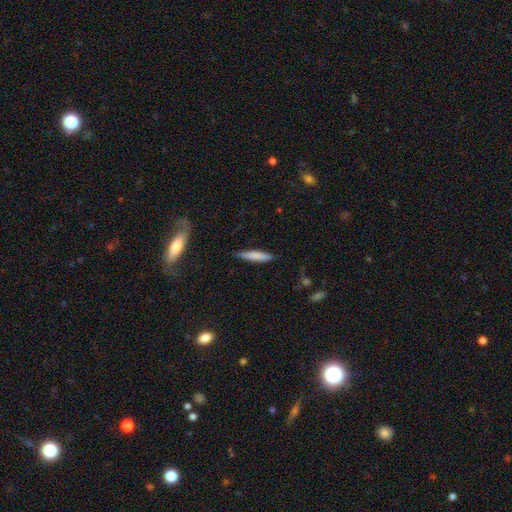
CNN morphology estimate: type=smooth (76%); roundness=cigar-shaped (87%); merging=none (83%).